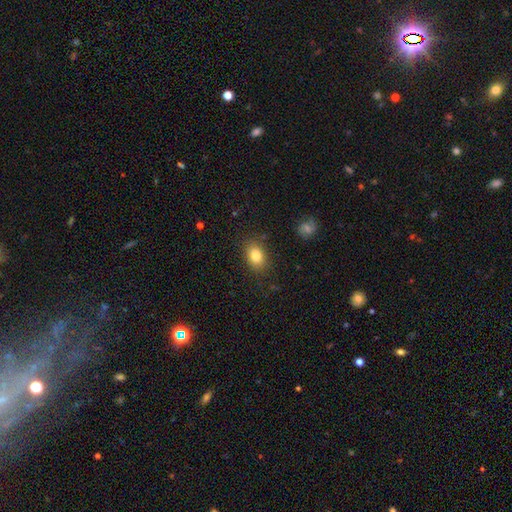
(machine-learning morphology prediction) This is clearly a smooth galaxy (83%). How rounded: likely in between (75%). Merging: clearly none (84%).